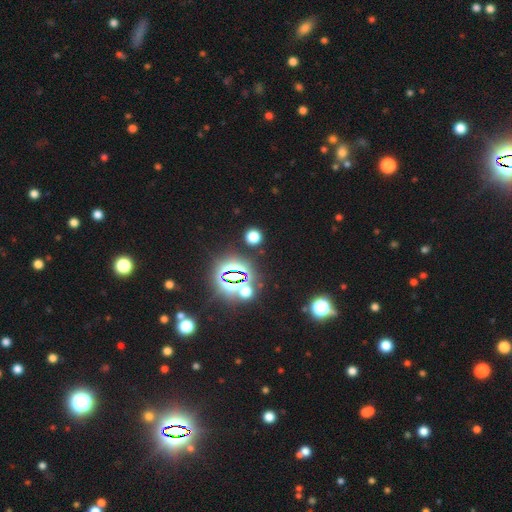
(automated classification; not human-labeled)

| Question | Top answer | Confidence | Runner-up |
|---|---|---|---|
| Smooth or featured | star or artifact | 80% | smooth (12%) |